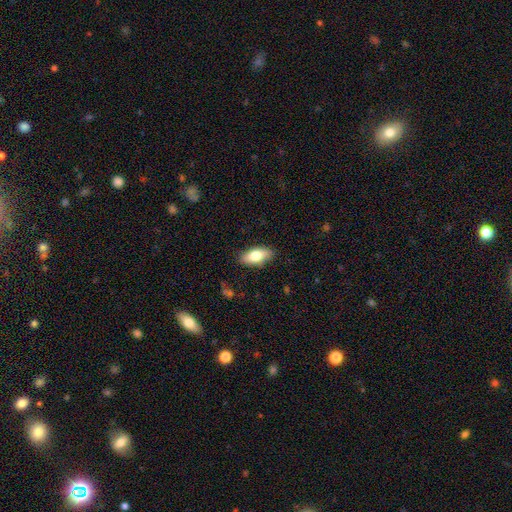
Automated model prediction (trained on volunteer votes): Morphology: type=smooth (76%); roundness=in between (86%); merging=none (86%).